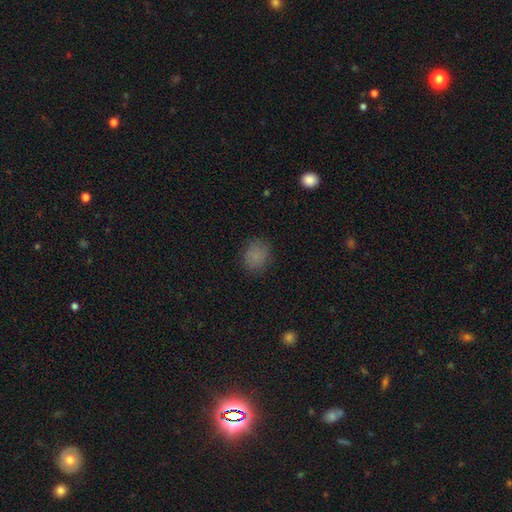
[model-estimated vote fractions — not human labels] The model was most divided on "how rounded": round: 70%, in between: 29%, cigar-shaped: 1%. More confident: merging — none (81%); smooth or featured — smooth (80%).